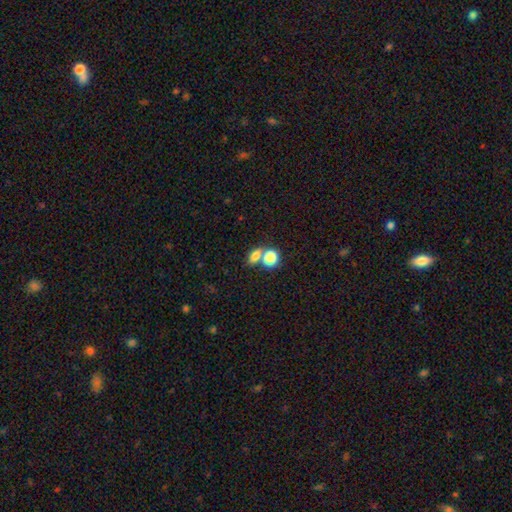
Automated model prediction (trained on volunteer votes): A smooth galaxy with no disk features (74%) that is in between round and cigar-shaped (59%). Merging: none (45%).